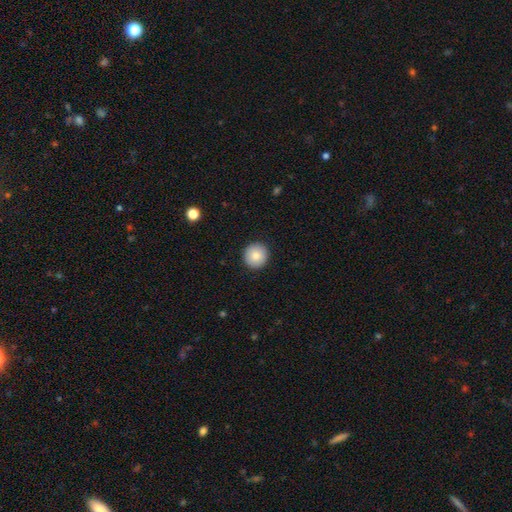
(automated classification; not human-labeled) Smooth or featured? smooth (83%)
How rounded? round (95%)
Merging? none (92%)